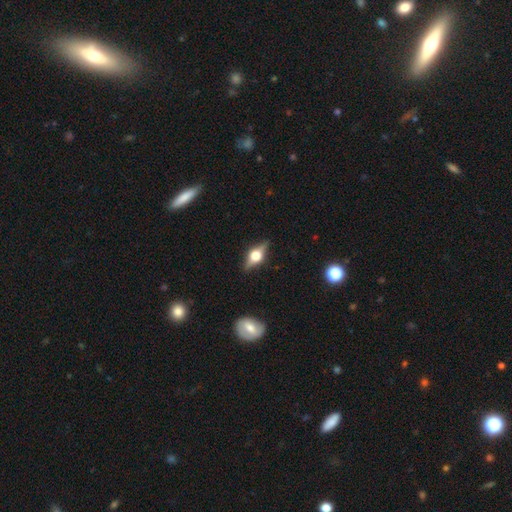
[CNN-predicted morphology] Smooth or featured?
  - featured or disk: 70% *
  - smooth: 22%
  - star or artifact: 8%
Edge-on disk?
  - yes: 95% *
  - no: 5%
Edge-on bulge?
  - rounded: 94% *
  - boxy: 5%
  - none: 1%
Merging?
  - none: 86% *
  - minor disturbance: 10%
  - major disturbance: 3%
  - merger: 1%